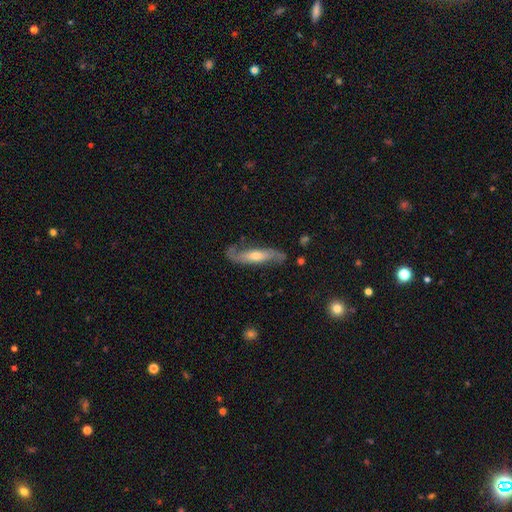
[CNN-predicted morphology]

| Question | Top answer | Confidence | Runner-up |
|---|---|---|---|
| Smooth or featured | featured or disk | 76% | smooth (18%) |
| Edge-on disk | no | 74% | yes (26%) |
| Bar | no | 50% | weak (30%) |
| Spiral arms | yes | 91% | no (9%) |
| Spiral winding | loose | 53% | medium (32%) |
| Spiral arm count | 2 | 87% | can't tell (6%) |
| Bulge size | moderate | 56% | small (36%) |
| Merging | none | 72% | minor disturbance (18%) |